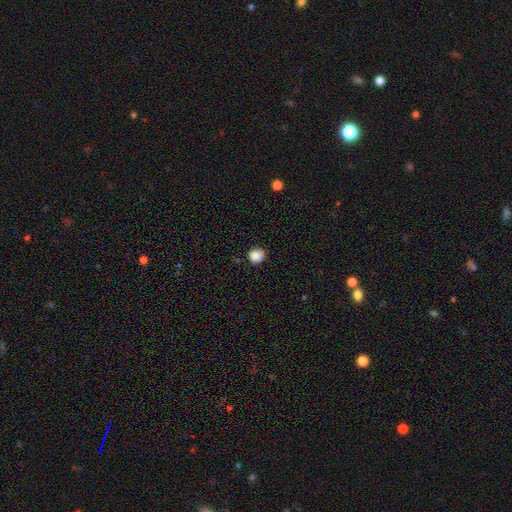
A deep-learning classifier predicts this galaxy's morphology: smooth-or-featured: smooth: 87% | star or artifact: 10% | featured or disk: 3%
  how-rounded: round: 86% | in between: 13% | cigar-shaped: 1%
  merging: none: 85% | minor disturbance: 11% | major disturbance: 2% | merger: 2%